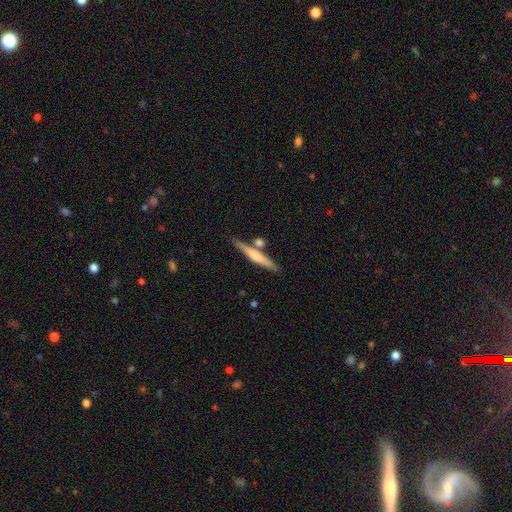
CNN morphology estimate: type=featured or disk (48%); merging=none (75%).